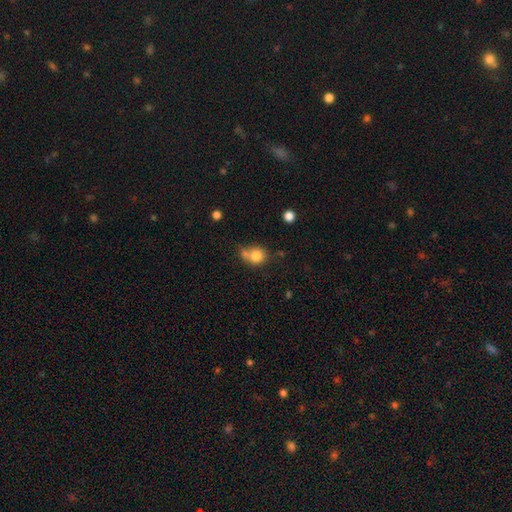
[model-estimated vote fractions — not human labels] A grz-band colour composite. It shows a smooth galaxy with no disk features (80%) that is round (79%). Merging: none (47%).